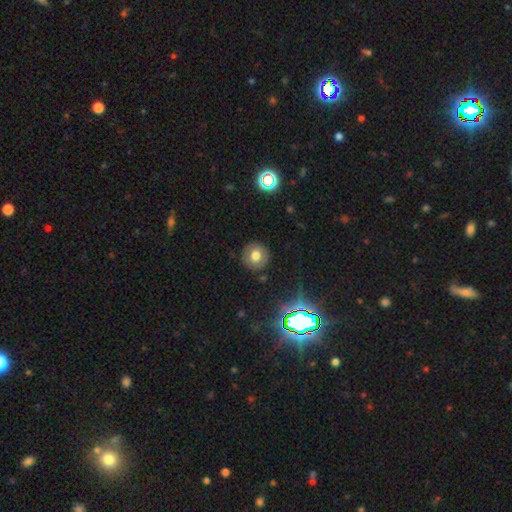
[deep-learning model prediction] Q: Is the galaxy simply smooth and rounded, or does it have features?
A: smooth — 68%.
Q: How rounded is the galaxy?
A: round — 89%.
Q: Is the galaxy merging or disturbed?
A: none — 87%.